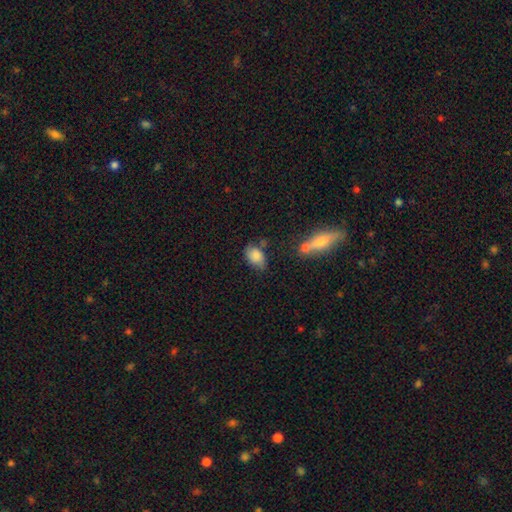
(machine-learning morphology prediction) type=smooth (83%); roundness=in between (84%); merging=none (54%).